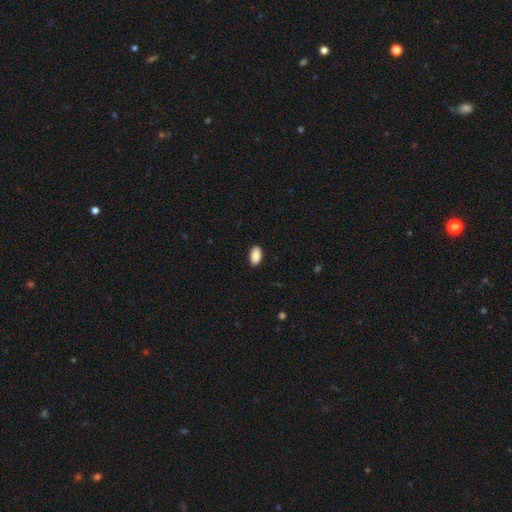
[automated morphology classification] Smooth or featured? smooth (90%)
How rounded? in between (95%)
Merging? none (89%)